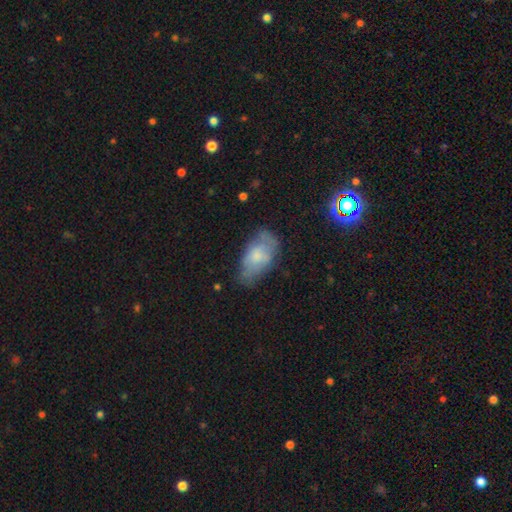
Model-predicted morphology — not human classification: Smooth or featured: smooth — 54% (featured or disk — 34%)
How rounded: in between — 90% (round — 5%)
Merging: none — 57% (minor disturbance — 30%)